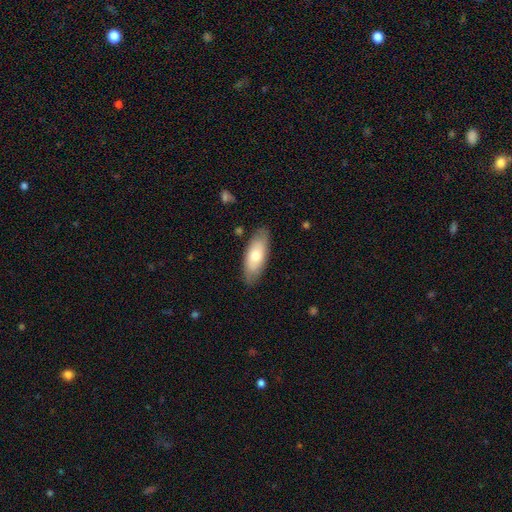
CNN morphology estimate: Q: Smooth or featured?
A: smooth (70%); runner-up: featured or disk (24%)
Q: How rounded?
A: in between (79%); runner-up: cigar-shaped (19%)
Q: Merging?
A: none (83%); runner-up: minor disturbance (13%)